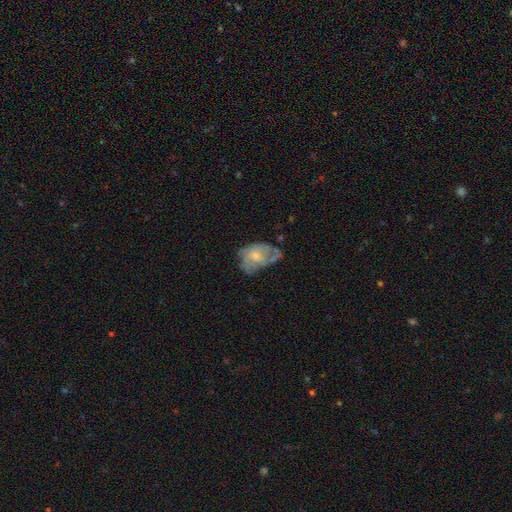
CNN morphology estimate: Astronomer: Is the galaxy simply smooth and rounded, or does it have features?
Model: featured or disk — 55% (runner-up: smooth, 38%).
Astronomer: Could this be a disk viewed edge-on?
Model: no — 96%.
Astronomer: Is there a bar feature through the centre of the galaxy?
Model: no — 81%.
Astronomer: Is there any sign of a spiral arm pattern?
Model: yes — 52% (runner-up: no, 48%).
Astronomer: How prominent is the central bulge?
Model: small — 52% (runner-up: moderate, 35%).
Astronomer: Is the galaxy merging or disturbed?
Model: none — 38% (runner-up: minor disturbance, 31%).